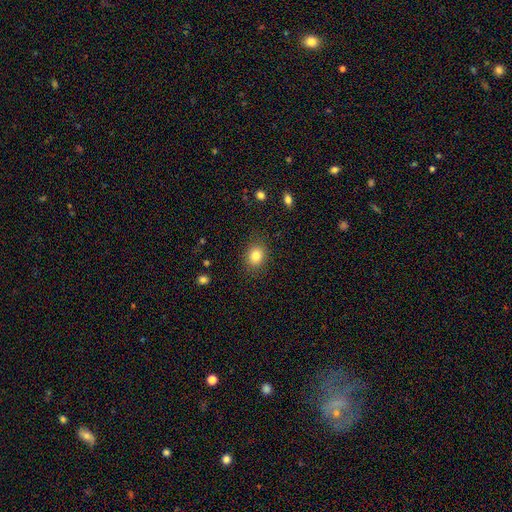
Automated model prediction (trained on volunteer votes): Smooth or featured?
  - smooth: 83% *
  - star or artifact: 10%
  - featured or disk: 7%
How rounded?
  - round: 57% *
  - in between: 42%
  - cigar-shaped: 1%
Merging?
  - none: 86% *
  - minor disturbance: 10%
  - major disturbance: 3%
  - merger: 1%